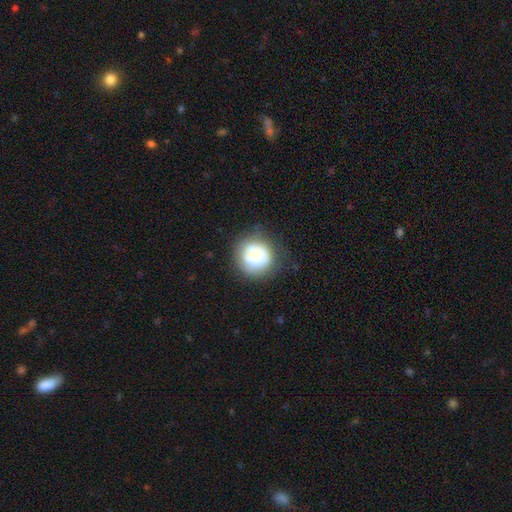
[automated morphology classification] smooth_or_featured: smooth (p=0.50) [alt: featured or disk p=0.42]
how_rounded: round (p=0.90) [alt: in between p=0.09]
merging: none (p=0.75) [alt: minor disturbance p=0.16]